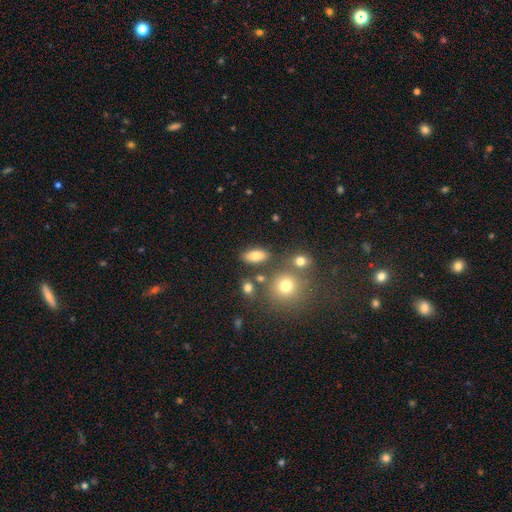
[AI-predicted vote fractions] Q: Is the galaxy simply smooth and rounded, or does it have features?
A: smooth — 77%.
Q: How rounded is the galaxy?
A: in between — 84%.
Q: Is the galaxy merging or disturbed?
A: none — 77%.